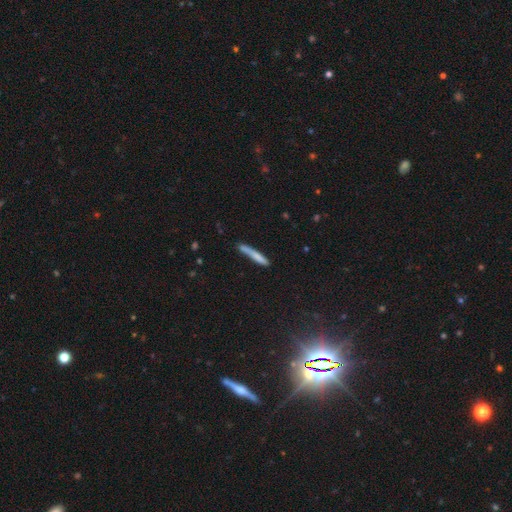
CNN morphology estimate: Overall: smooth (73%). How rounded: cigar-shaped (95%). Merging: none (72%).